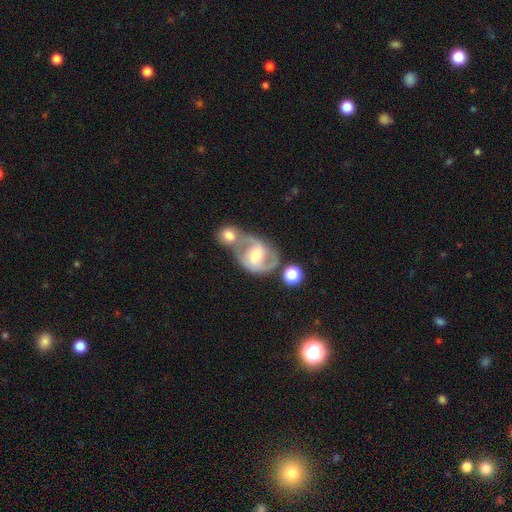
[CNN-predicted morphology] type=featured or disk (76%); edge-on=no (97%); bar=weak (47%); spiral arms=yes (90%); winding=medium (54%); arm count=2 (85%); bulge=moderate (63%); merging=merger (50%).